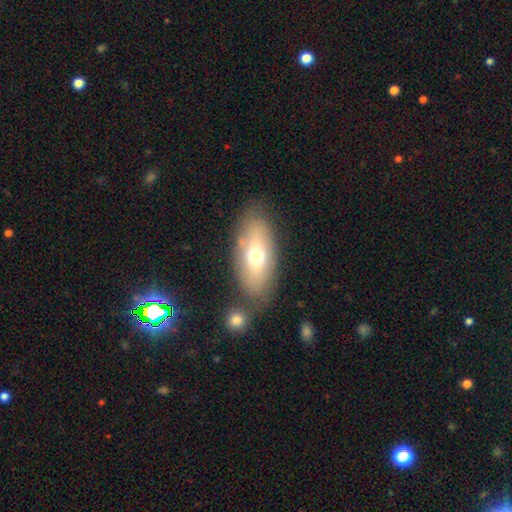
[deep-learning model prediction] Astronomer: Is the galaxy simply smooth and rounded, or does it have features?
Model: smooth — 65%.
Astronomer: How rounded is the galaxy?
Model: in between — 87%.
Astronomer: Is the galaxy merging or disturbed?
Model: none — 70%.